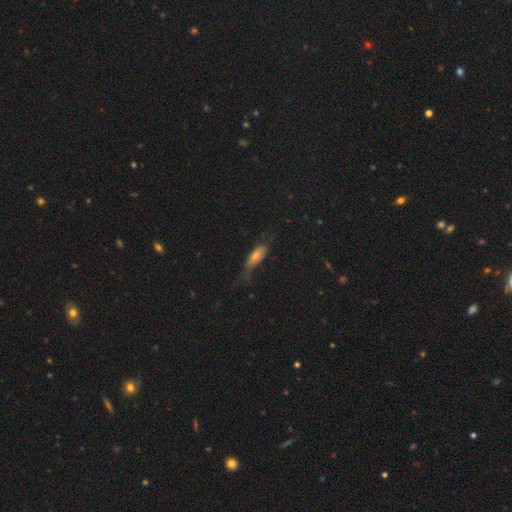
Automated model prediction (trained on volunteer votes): A smooth galaxy with no disk features (61%) that is in between round and cigar-shaped (53%). Merging: none (44%).